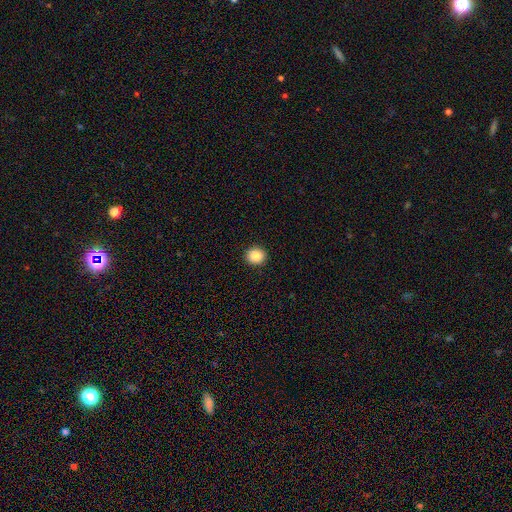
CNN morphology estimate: This is clearly a smooth galaxy (85%). How rounded: clearly round (86%). Merging: clearly none (93%).